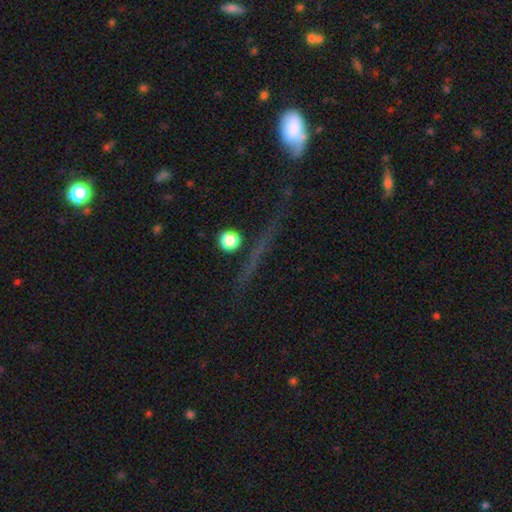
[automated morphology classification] The model was most divided on "smooth or featured": featured or disk: 41%, star or artifact: 38%, smooth: 21%. More confident: merging — none (72%).